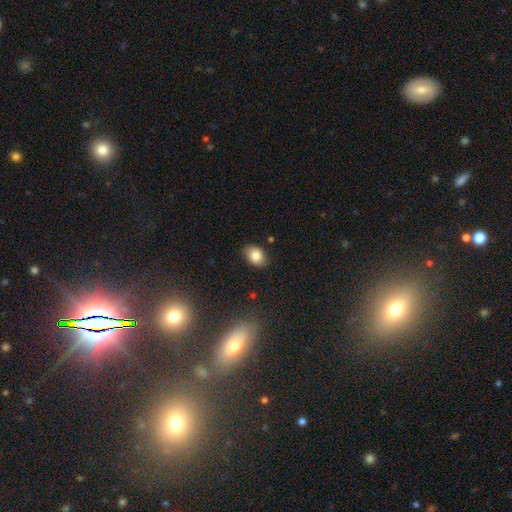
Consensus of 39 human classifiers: Smooth or featured: smooth — 82% (star or artifact — 10%)
How rounded: in between — 75% (round — 25%)
Merging: none — 86% (minor disturbance — 9%)